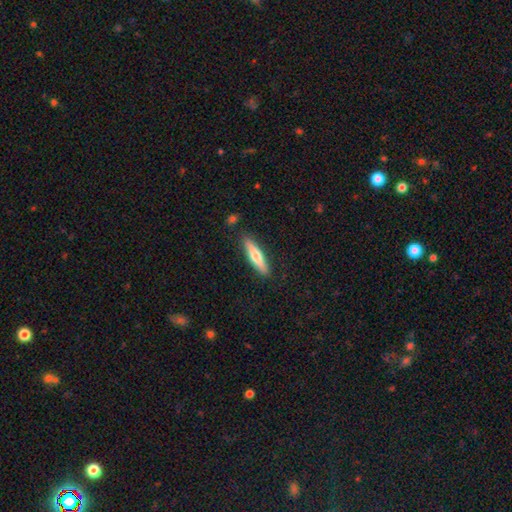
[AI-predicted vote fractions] Overall: smooth (59%; featured or disk 36%). How rounded: cigar-shaped (82%). Merging: none (88%).